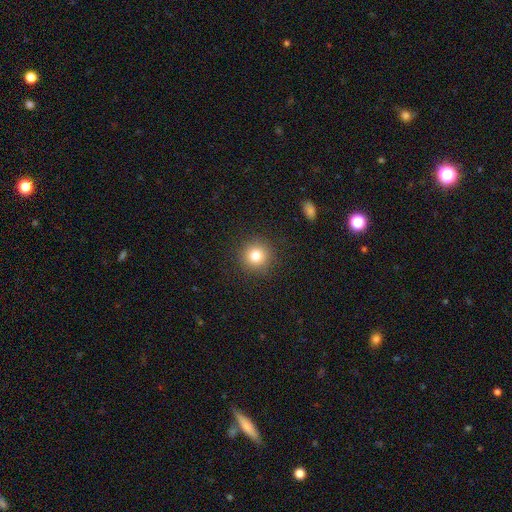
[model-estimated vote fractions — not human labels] smooth-or-featured: smooth: 81% | star or artifact: 12% | featured or disk: 7%
  how-rounded: round: 94% | in between: 5% | cigar-shaped: 1%
  merging: none: 90% | minor disturbance: 6% | major disturbance: 3% | merger: 1%